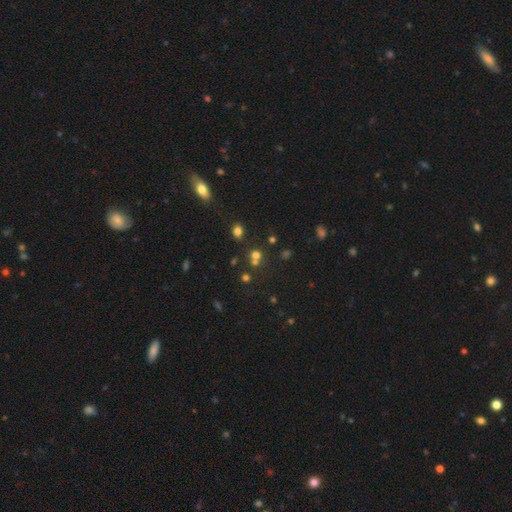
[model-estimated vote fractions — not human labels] This appears to be a smooth galaxy with no disk features (57%) that is round (84%). Merging: none (61%).